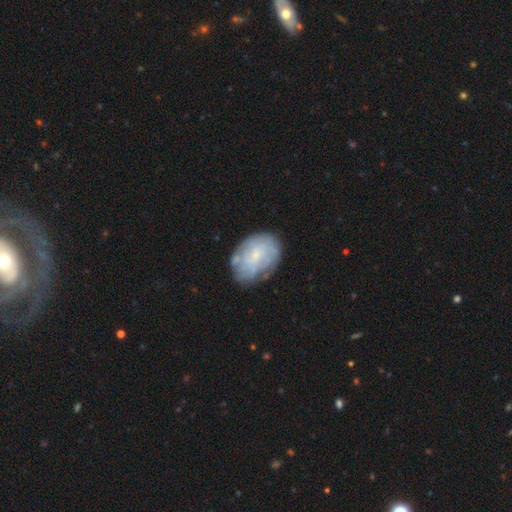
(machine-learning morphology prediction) This is possibly a featured or disk galaxy (50%). It is clearly not viewed edge-on (97%). Merging: likely none (68%).